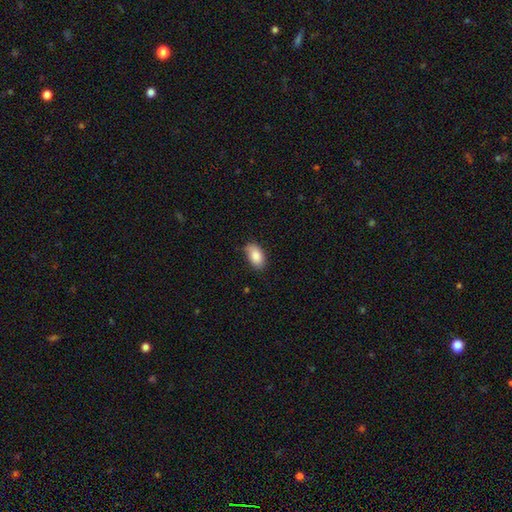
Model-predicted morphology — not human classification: Smooth or featured? Predicted: smooth (p=0.87). How rounded? Predicted: in between (p=0.93). Merging? Predicted: none (p=0.73).